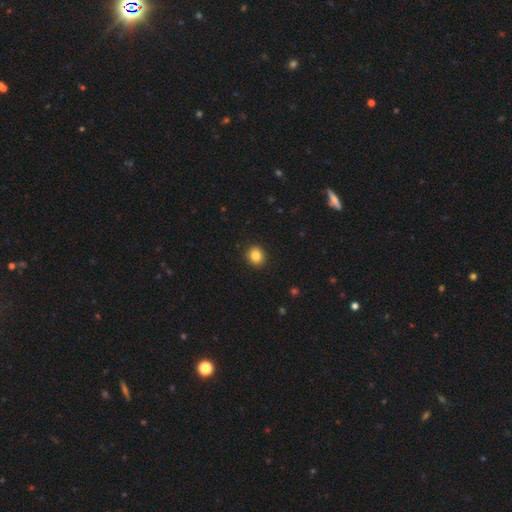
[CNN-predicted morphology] Q: Smooth or featured?
A: smooth (85%); runner-up: star or artifact (10%)
Q: How rounded?
A: round (79%); runner-up: in between (20%)
Q: Merging?
A: none (92%); runner-up: minor disturbance (6%)